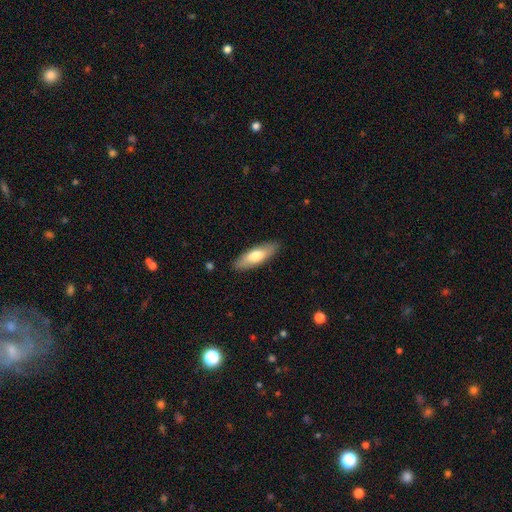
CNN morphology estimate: Smooth or featured?
  - smooth: 68% *
  - featured or disk: 26%
  - star or artifact: 6%
How rounded?
  - in between: 53% *
  - cigar-shaped: 45%
  - round: 2%
Merging?
  - none: 88% *
  - minor disturbance: 9%
  - major disturbance: 2%
  - merger: 1%